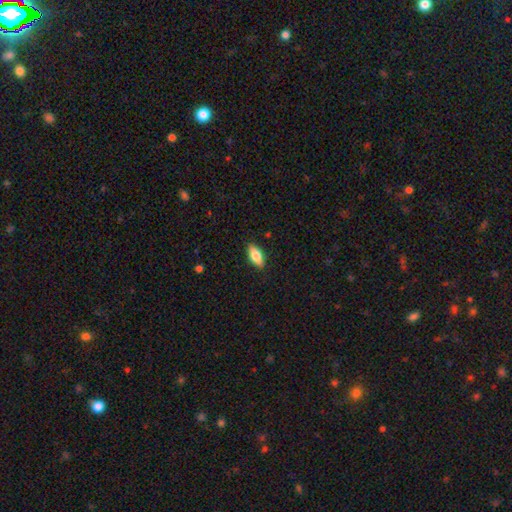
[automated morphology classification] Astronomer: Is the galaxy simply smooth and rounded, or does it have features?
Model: smooth — 77%.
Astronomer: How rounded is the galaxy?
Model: in between — 84%.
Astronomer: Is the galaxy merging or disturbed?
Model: none — 88%.